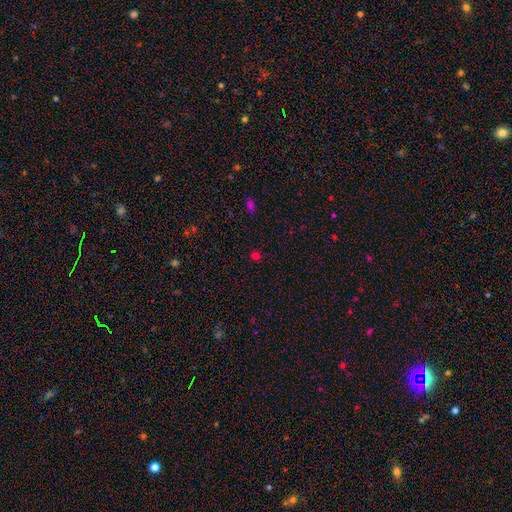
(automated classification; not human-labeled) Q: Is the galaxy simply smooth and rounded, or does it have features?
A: smooth — 66%.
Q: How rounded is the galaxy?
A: round — 82%.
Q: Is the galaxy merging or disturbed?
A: none — 85%.